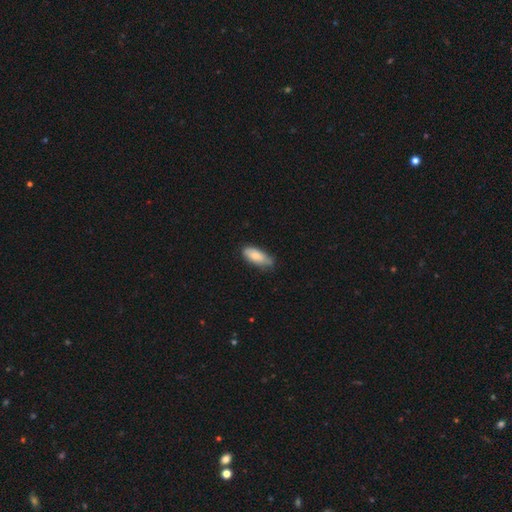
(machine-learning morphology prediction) type=smooth (81%); roundness=in between (79%); merging=none (62%).